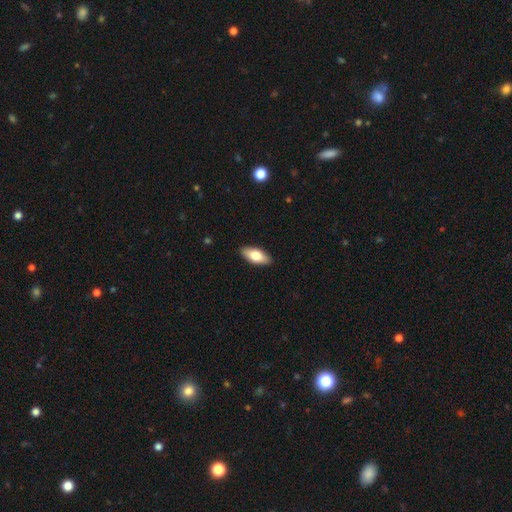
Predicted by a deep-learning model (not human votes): The model was most divided on "smooth or featured": smooth: 75%, featured or disk: 19%, star or artifact: 6%. More confident: merging — none (89%); how rounded — in between (86%).